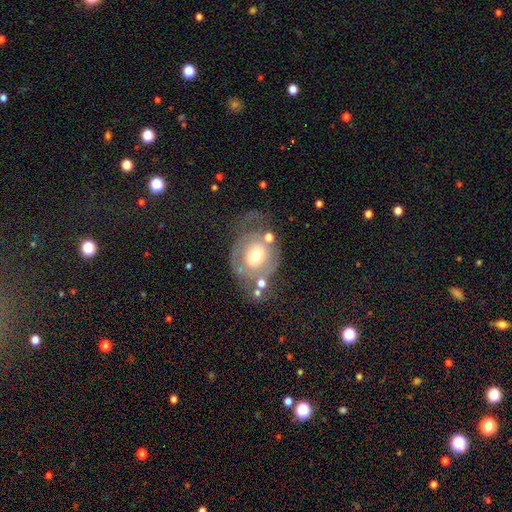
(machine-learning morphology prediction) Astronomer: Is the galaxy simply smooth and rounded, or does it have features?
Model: featured or disk — 61%.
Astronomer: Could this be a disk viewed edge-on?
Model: no — 96%.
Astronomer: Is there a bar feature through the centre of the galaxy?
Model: no — 79%.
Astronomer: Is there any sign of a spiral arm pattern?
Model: yes — 53% (runner-up: no, 47%).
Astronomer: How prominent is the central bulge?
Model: moderate — 69%.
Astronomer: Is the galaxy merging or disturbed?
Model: none — 49%.